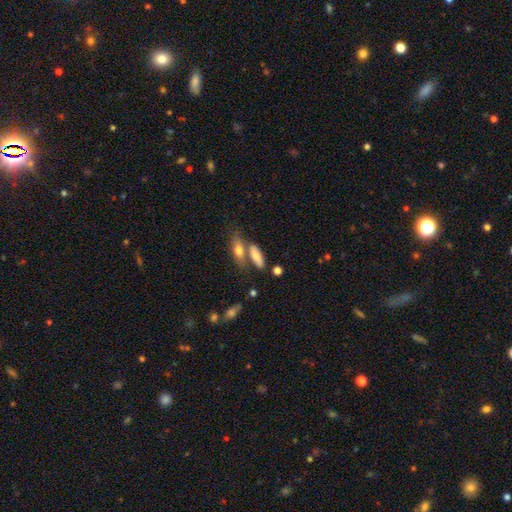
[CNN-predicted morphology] A smooth galaxy with no disk features (71%) that is in between round and cigar-shaped (59%). Merging: none (46%).